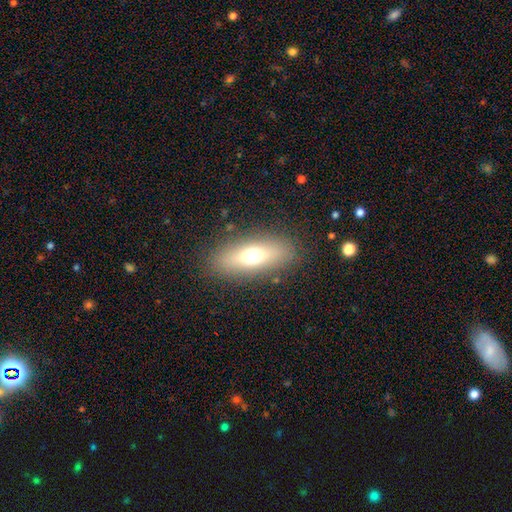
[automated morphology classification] Q: Smooth or featured?
A: smooth (62%); runner-up: featured or disk (28%)
Q: How rounded?
A: in between (65%); runner-up: cigar-shaped (30%)
Q: Merging?
A: none (86%); runner-up: minor disturbance (9%)